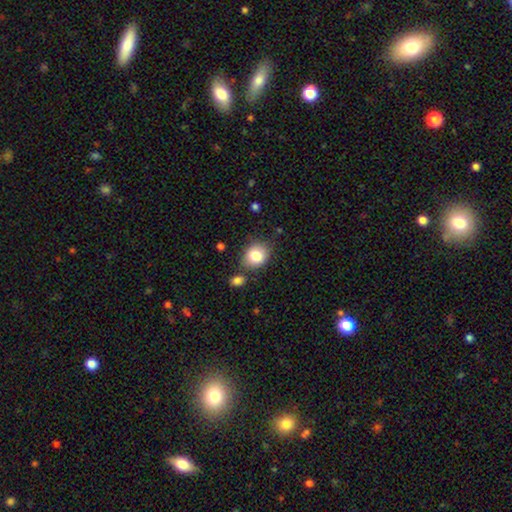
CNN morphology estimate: This is clearly a smooth galaxy (82%). How rounded: possibly round (56%). Merging: likely none (73%).